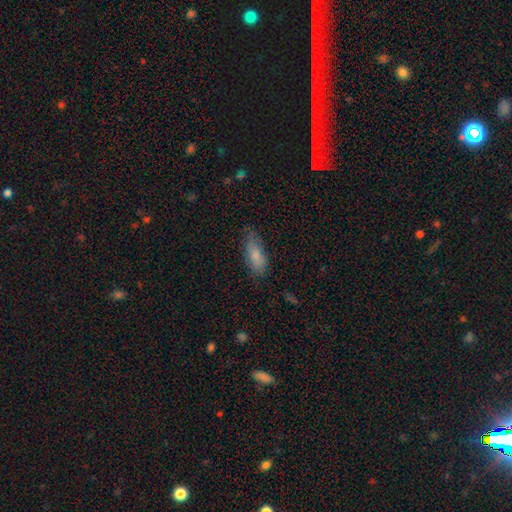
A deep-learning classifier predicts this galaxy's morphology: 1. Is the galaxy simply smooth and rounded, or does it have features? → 78% smooth, 15% featured or disk, 7% star or artifact.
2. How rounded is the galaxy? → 73% in between, 25% cigar-shaped, 2% round.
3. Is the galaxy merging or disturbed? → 66% none, 26% minor disturbance, 6% major disturbance, 1% merger.